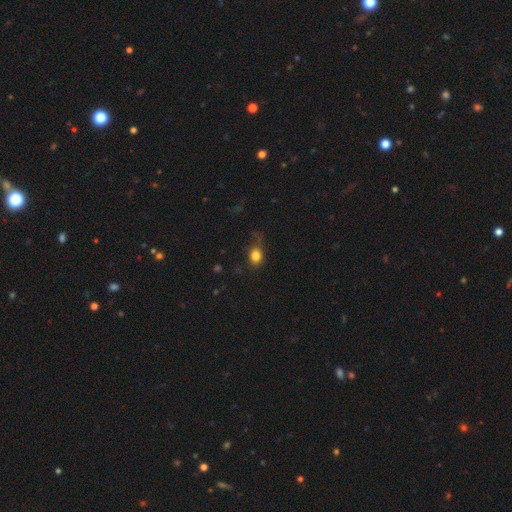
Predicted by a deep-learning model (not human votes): Smooth or featured?
  - smooth: 81% *
  - star or artifact: 12%
  - featured or disk: 7%
How rounded?
  - round: 62% *
  - in between: 36%
  - cigar-shaped: 1%
Merging?
  - none: 61% *
  - minor disturbance: 24%
  - major disturbance: 13%
  - merger: 2%